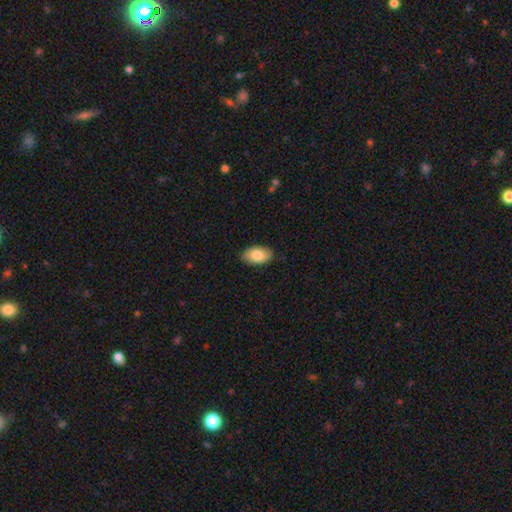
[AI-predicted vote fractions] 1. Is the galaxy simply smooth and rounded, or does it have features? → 83% smooth, 11% featured or disk, 6% star or artifact.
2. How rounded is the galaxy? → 94% in between, 4% round, 2% cigar-shaped.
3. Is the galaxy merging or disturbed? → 88% none, 10% minor disturbance, 2% major disturbance, 1% merger.